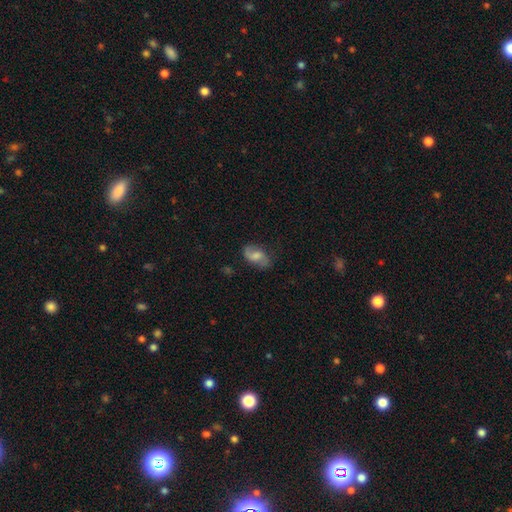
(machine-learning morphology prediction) The model was most divided on "smooth or featured": featured or disk: 51%, smooth: 41%, star or artifact: 8%. More confident: edge-on disk — no (96%); merging — none (72%).